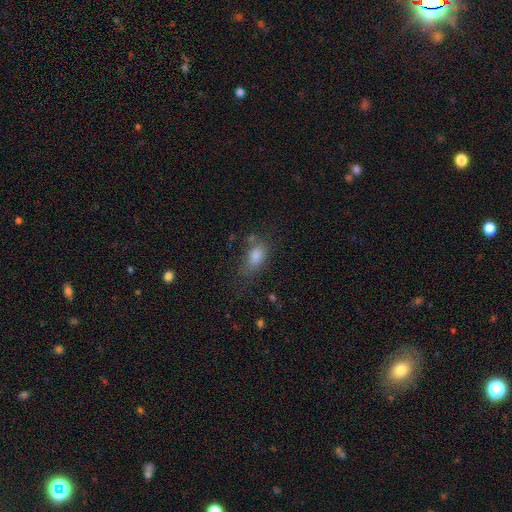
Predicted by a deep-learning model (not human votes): Overall: smooth (79%). How rounded: in between (84%). Merging: none (59%; minor disturbance 23%).